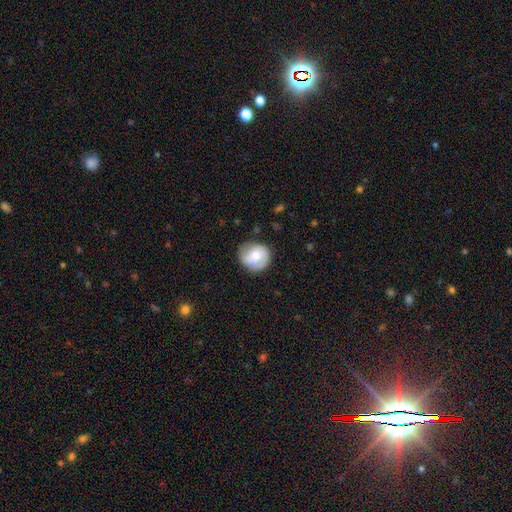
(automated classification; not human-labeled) The model was most divided on "smooth or featured": smooth: 55%, featured or disk: 38%, star or artifact: 7%. More confident: how rounded — round (87%); merging — none (76%).